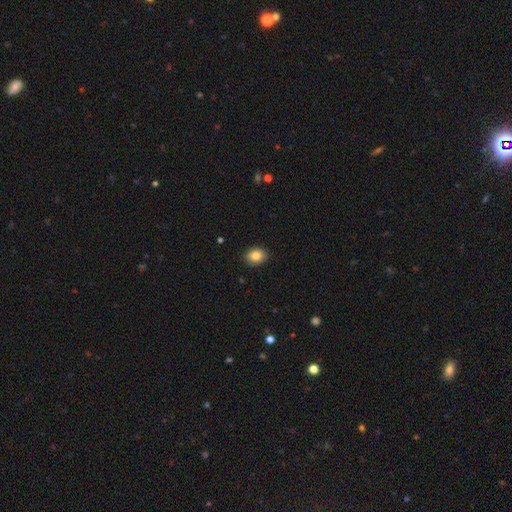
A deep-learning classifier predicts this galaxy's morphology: Q: Smooth or featured?
A: smooth (85%); runner-up: star or artifact (9%)
Q: How rounded?
A: in between (54%); runner-up: round (45%)
Q: Merging?
A: none (89%); runner-up: minor disturbance (8%)